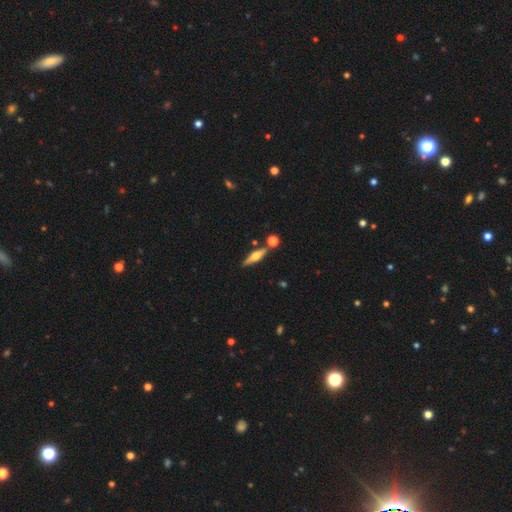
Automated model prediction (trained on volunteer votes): Smooth or featured?
  - featured or disk: 55% *
  - smooth: 37%
  - star or artifact: 8%
Edge-on disk?
  - yes: 94% *
  - no: 6%
Edge-on bulge?
  - rounded: 86% *
  - boxy: 10%
  - none: 4%
Merging?
  - none: 77% *
  - minor disturbance: 10%
  - merger: 10%
  - major disturbance: 3%